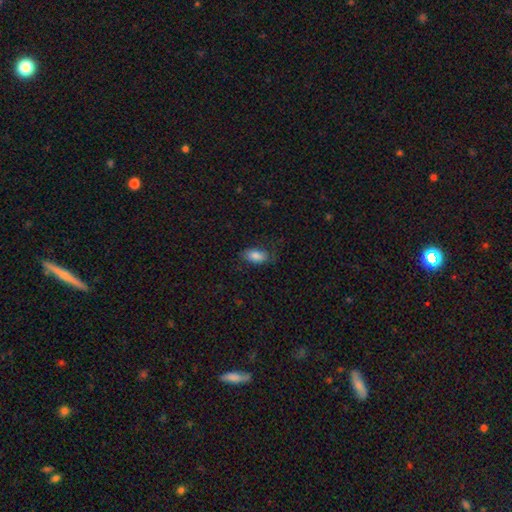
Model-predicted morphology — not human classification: The model was most divided on "merging": none: 66%, minor disturbance: 22%, major disturbance: 11%, merger: 1%. More confident: how rounded — in between (92%); smooth or featured — smooth (81%).